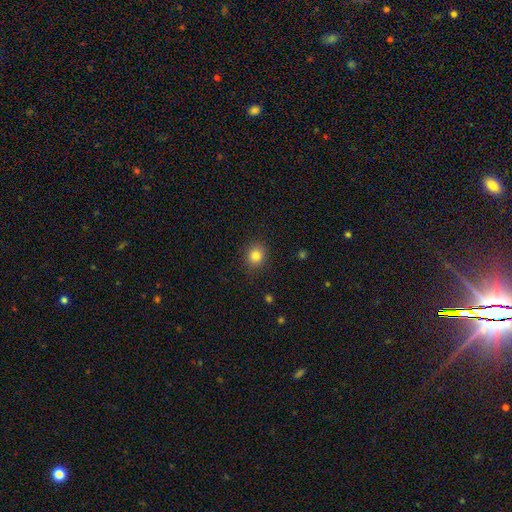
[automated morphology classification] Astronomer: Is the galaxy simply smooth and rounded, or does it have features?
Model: smooth — 83%.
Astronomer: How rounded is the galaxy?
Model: round — 77%.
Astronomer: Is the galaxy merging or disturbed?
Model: none — 89%.